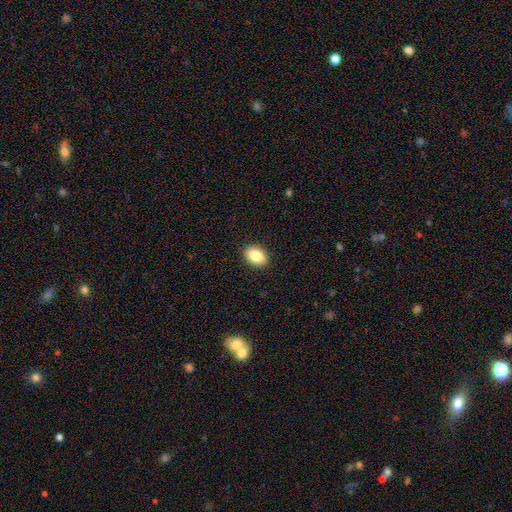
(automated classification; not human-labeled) Overall: smooth (86%). How rounded: in between (82%). Merging: none (91%).